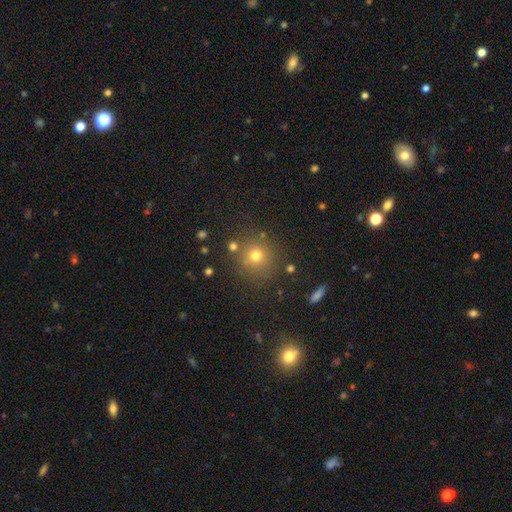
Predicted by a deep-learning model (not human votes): Q: Smooth or featured?
A: smooth (69%); runner-up: star or artifact (21%)
Q: How rounded?
A: round (92%); runner-up: in between (7%)
Q: Merging?
A: none (81%); runner-up: minor disturbance (9%)